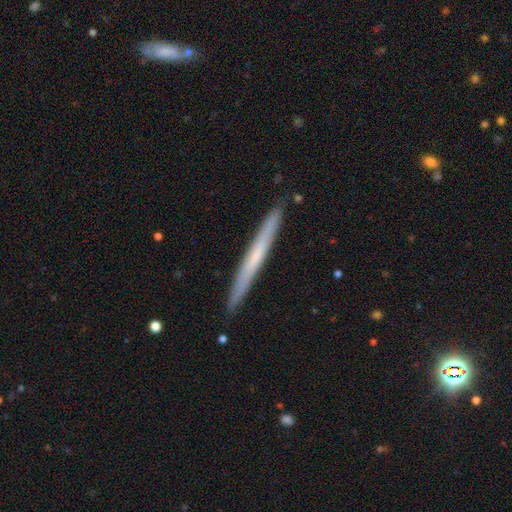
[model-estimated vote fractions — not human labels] Overall: featured or disk (48%; smooth 47%). Merging: none (91%).